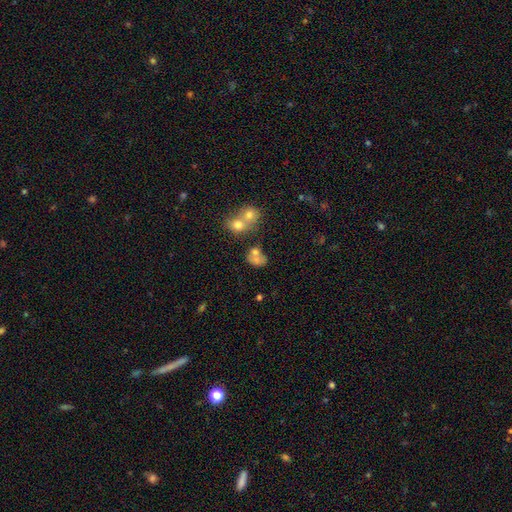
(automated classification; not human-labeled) Overall: smooth (67%). How rounded: in between (52%; round 47%). Merging: merger (50%; none 31%).